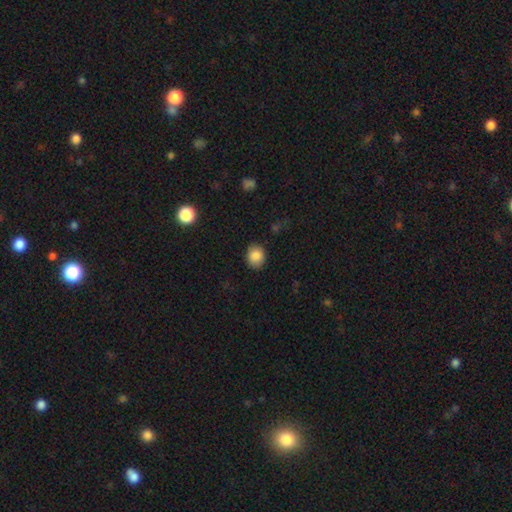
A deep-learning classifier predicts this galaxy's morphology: smooth 87%, star or artifact 9%, featured or disk 4%. Down the decision tree: how rounded — round (63%); merging — none (85%).